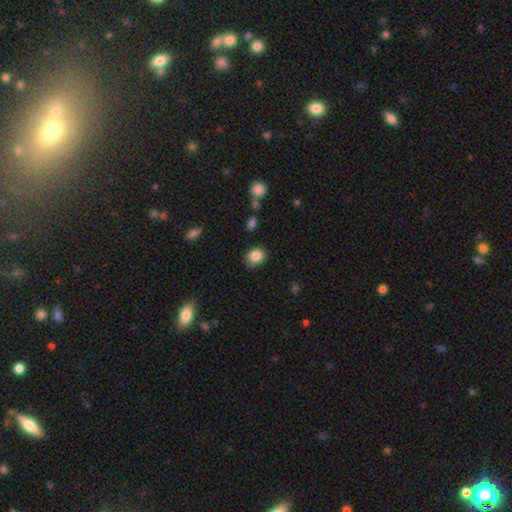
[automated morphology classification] type=smooth (85%); roundness=round (61%); merging=none (73%).